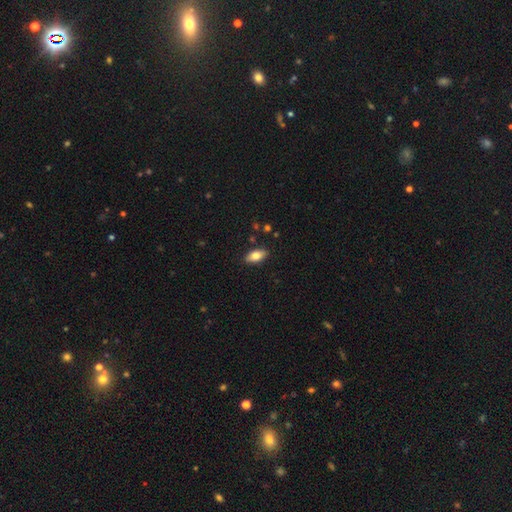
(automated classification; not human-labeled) Morphology: type=smooth (78%); roundness=in between (89%); merging=none (87%).